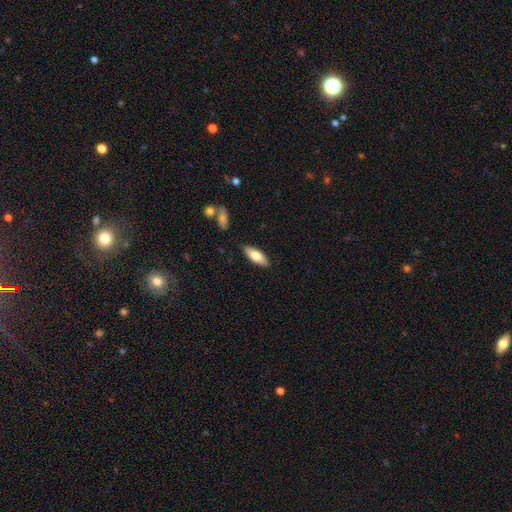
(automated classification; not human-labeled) Morphology: type=smooth (73%); roundness=in between (69%); merging=none (86%).